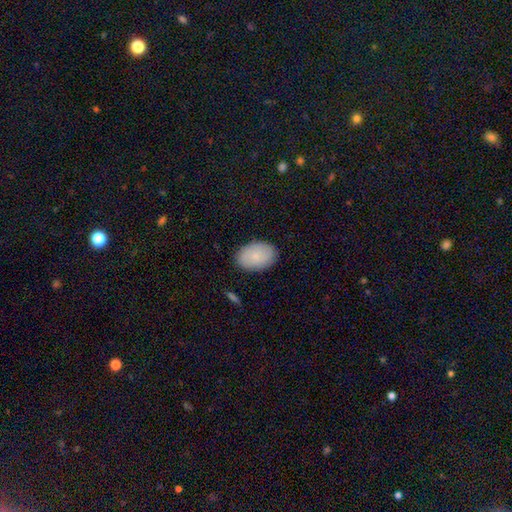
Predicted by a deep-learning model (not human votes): This is clearly a smooth galaxy (85%). How rounded: clearly in between (87%). Merging: clearly none (87%).